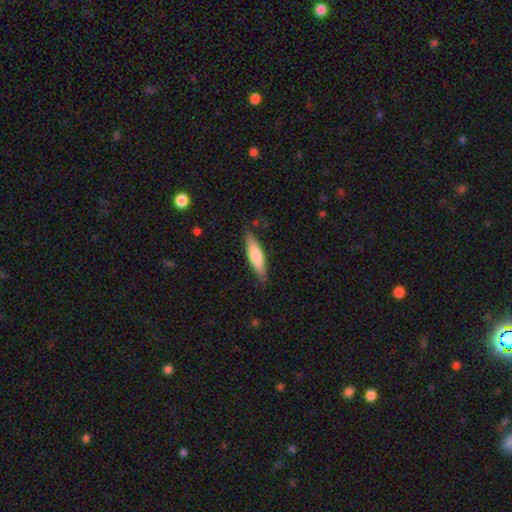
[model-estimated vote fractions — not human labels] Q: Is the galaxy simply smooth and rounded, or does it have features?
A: smooth — 73%.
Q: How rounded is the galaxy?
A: cigar-shaped — 70%.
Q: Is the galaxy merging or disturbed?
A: none — 83%.